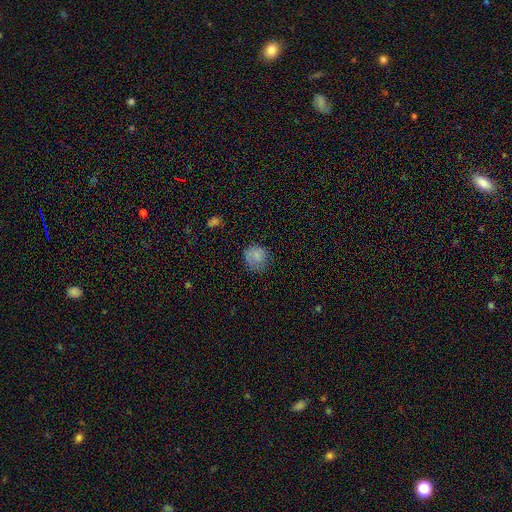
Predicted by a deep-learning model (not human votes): smooth_or_featured: smooth (p=0.76) [alt: star or artifact p=0.12]
how_rounded: round (p=0.80) [alt: in between p=0.19]
merging: none (p=0.67) [alt: minor disturbance p=0.23]